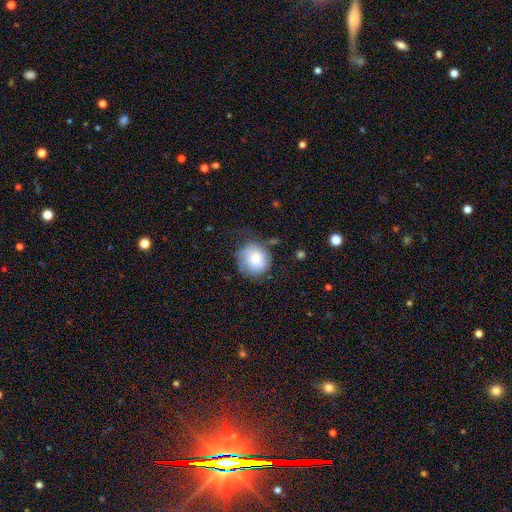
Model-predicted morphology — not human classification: The model was most divided on "merging": none: 60%, minor disturbance: 27%, major disturbance: 10%, merger: 3%. More confident: how rounded — round (83%); smooth or featured — smooth (73%).